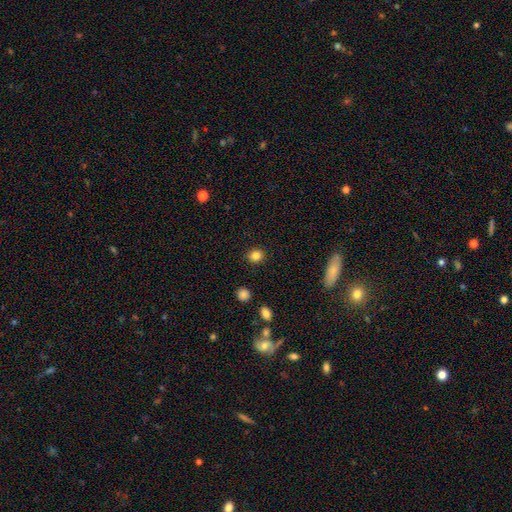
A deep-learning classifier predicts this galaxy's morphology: Smooth or featured? Predicted: smooth (p=0.84). How rounded? Predicted: round (p=0.77). Merging? Predicted: none (p=0.90).